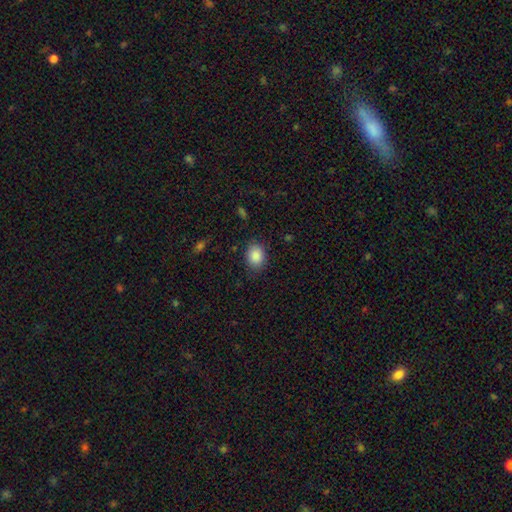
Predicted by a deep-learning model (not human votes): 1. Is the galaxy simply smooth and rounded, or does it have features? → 88% smooth, 8% star or artifact, 4% featured or disk.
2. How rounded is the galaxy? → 61% in between, 38% round, 1% cigar-shaped.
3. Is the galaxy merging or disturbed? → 82% none, 13% minor disturbance, 4% major disturbance, 1% merger.